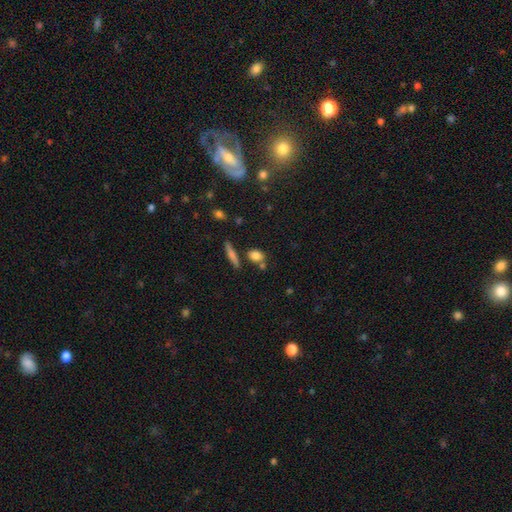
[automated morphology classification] type=smooth (79%); roundness=in between (50%); merging=none (64%).